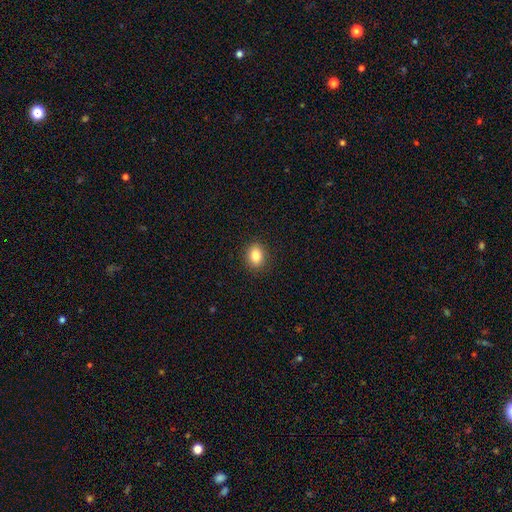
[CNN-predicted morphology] This appears to be a smooth galaxy with no disk features (84%) that is in between round and cigar-shaped (58%). Merging: none (90%).